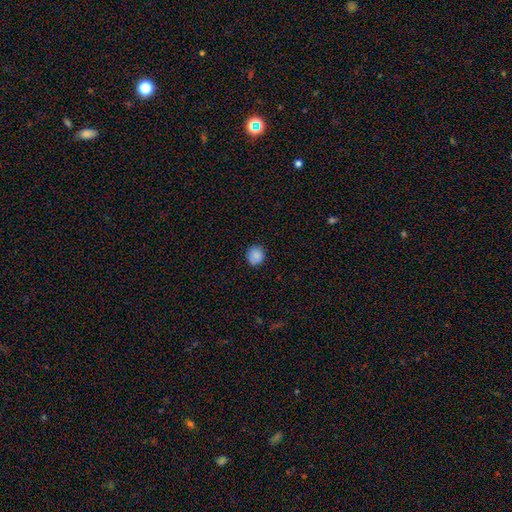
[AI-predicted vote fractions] smooth 86%, star or artifact 9%, featured or disk 4%. Down the decision tree: how rounded — round (88%); merging — none (87%).